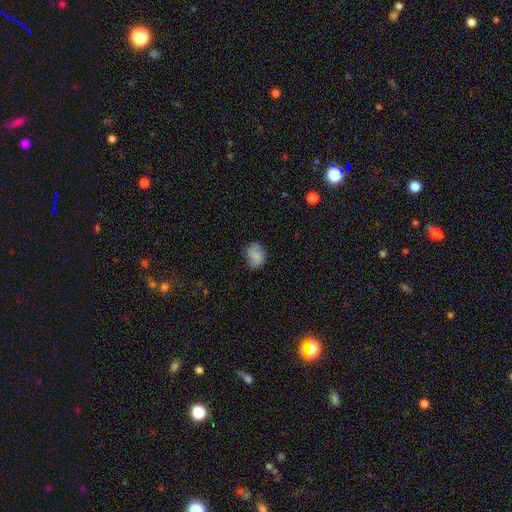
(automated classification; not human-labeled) Smooth or featured? Predicted: smooth (p=0.53). How rounded? Predicted: round (p=0.50). Merging? Predicted: none (p=0.70).